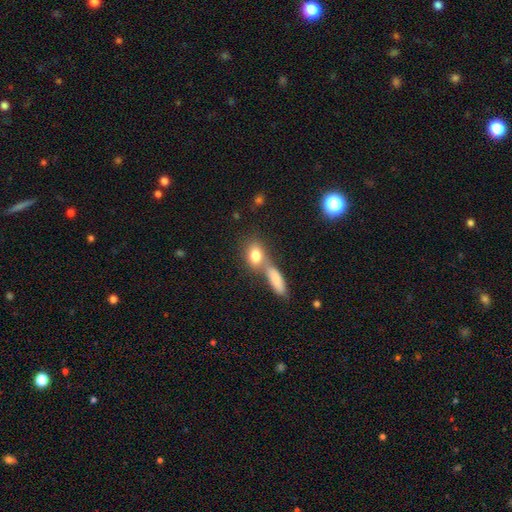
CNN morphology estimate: A smooth galaxy with no disk features (79%) that is in between round and cigar-shaped (73%). Merging: merger (51%).